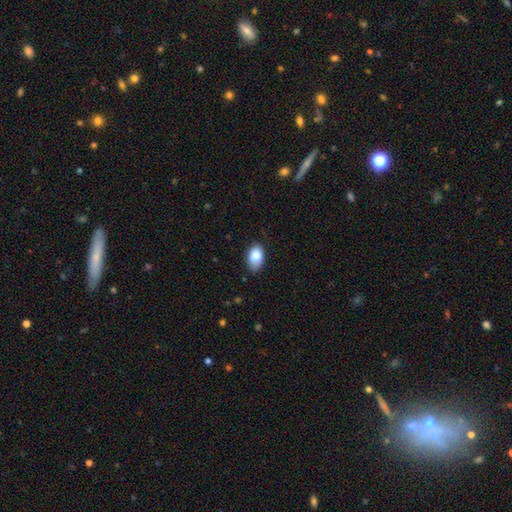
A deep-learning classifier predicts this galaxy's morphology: Smooth or featured: smooth — 86% (star or artifact — 7%)
How rounded: in between — 92% (round — 7%)
Merging: none — 71% (minor disturbance — 24%)